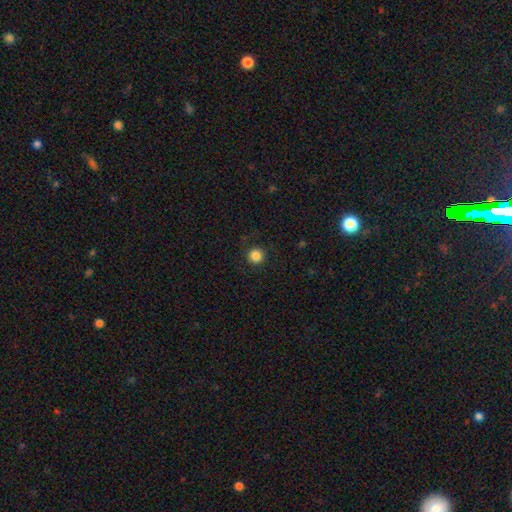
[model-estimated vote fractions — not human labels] Smooth or featured? smooth (85%)
How rounded? round (96%)
Merging? none (90%)